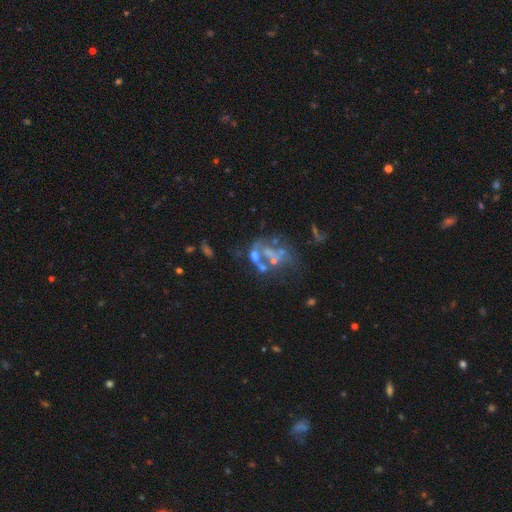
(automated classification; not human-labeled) smooth-or-featured: featured or disk: 58% | star or artifact: 21% | smooth: 21%
  disk-edge-on: no: 97% | yes: 3%
    bar: no: 89% | weak: 7% | strong: 4%
    has-spiral-arms: no: 91% | yes: 9%
    bulge-size: none: 64% | small: 18% | moderate: 13% | large: 2% | dominant: 1%
  merging: merger: 36% | major disturbance: 27% | none: 25% | minor disturbance: 11%